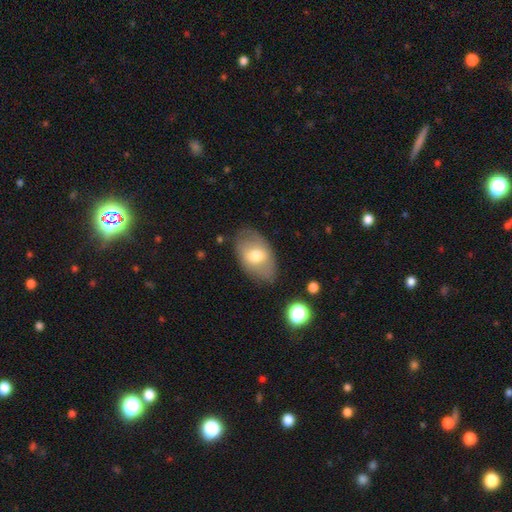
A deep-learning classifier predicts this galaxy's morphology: This is likely a smooth galaxy (63%). How rounded: clearly in between (90%). Merging: likely none (77%).